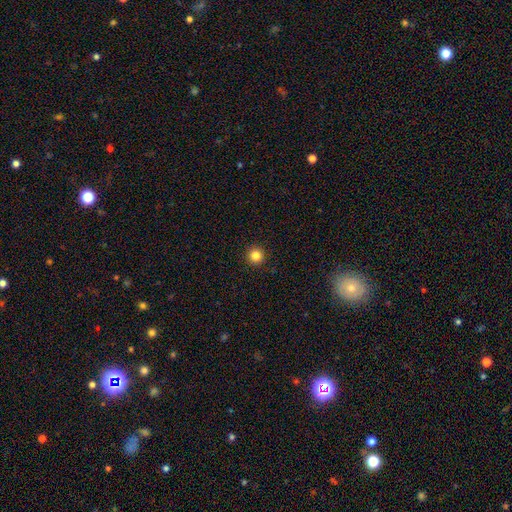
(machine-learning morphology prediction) smooth 84%, star or artifact 12%, featured or disk 4%. Down the decision tree: how rounded — round (96%); merging — none (94%).